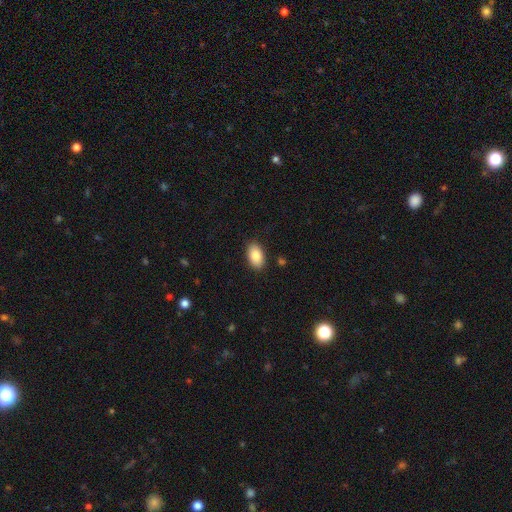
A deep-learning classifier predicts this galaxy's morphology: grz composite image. It shows a smooth galaxy with no disk features (87%) that is in between round and cigar-shaped (93%). Merging: none (87%).